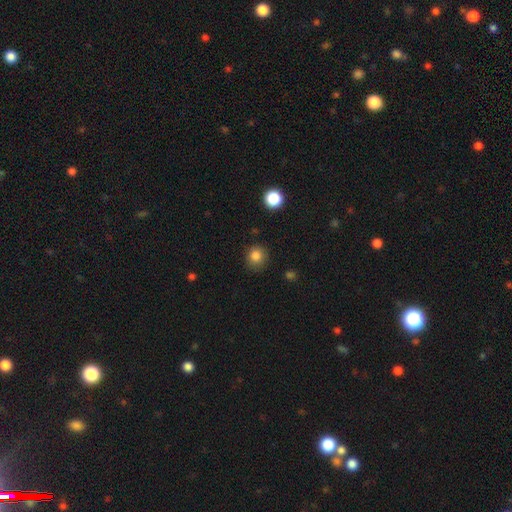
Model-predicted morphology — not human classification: smooth-or-featured: smooth: 83% | star or artifact: 12% | featured or disk: 5%
  how-rounded: round: 88% | in between: 11% | cigar-shaped: 1%
  merging: none: 85% | minor disturbance: 11% | major disturbance: 3% | merger: 1%